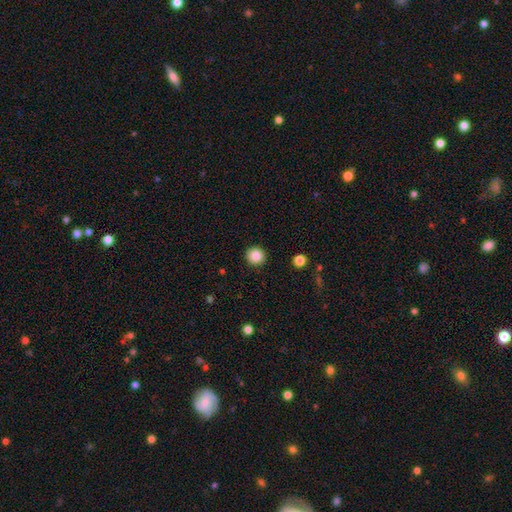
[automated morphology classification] Smooth or featured?
  - smooth: 87% *
  - star or artifact: 10%
  - featured or disk: 3%
How rounded?
  - round: 94% *
  - in between: 5%
  - cigar-shaped: 1%
Merging?
  - none: 92% *
  - minor disturbance: 5%
  - major disturbance: 2%
  - merger: 1%